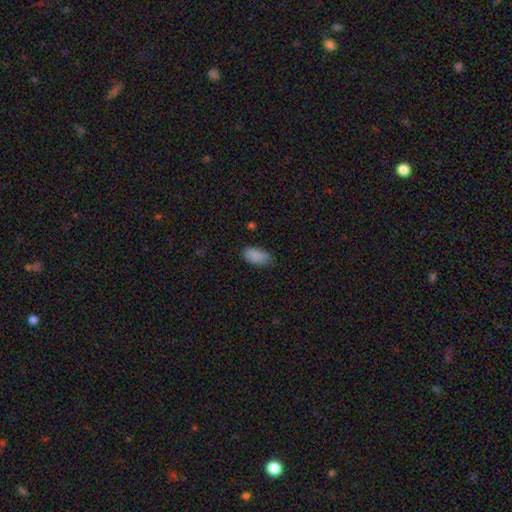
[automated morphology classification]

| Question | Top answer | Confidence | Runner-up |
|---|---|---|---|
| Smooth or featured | smooth | 87% | star or artifact (8%) |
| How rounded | in between | 93% | cigar-shaped (4%) |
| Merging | none | 69% | minor disturbance (25%) |